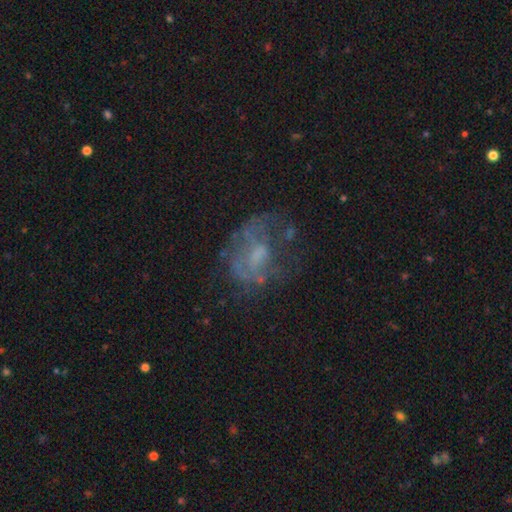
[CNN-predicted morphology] Smooth or featured: featured or disk — 58% (smooth — 26%)
Edge-on disk: no — 97% (yes — 3%)
Bar: no — 72% (weak — 23%)
Spiral arms: no — 70% (yes — 30%)
Bulge size: none — 34% (small — 32%)
Merging: none — 43% (major disturbance — 33%)